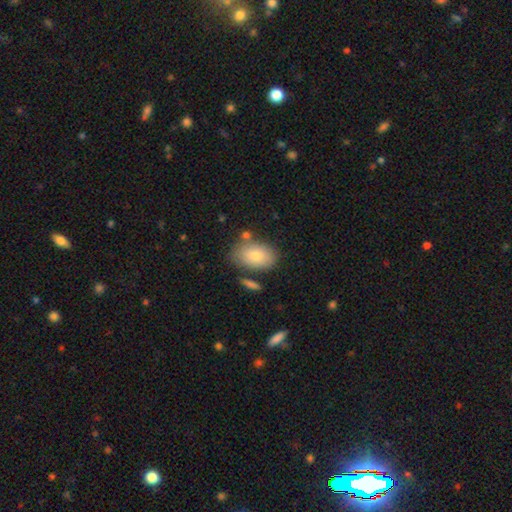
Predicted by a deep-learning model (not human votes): Smooth or featured? smooth (78%)
How rounded? in between (88%)
Merging? none (70%)